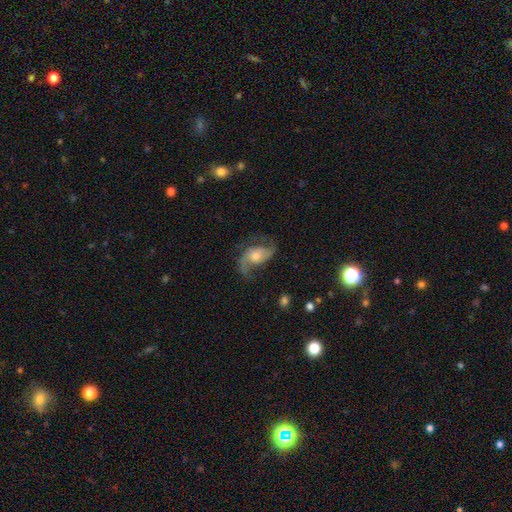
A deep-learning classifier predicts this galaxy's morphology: This is clearly a featured or disk galaxy (82%). It is clearly not viewed edge-on (97%). Bar: likely no (61%). Spiral arm pattern: clearly yes (95%). Spiral arm count: clearly 2 (88%). Spiral winding: possibly loose (50%). Central bulge: possibly moderate (54%). Merging: likely none (65%).